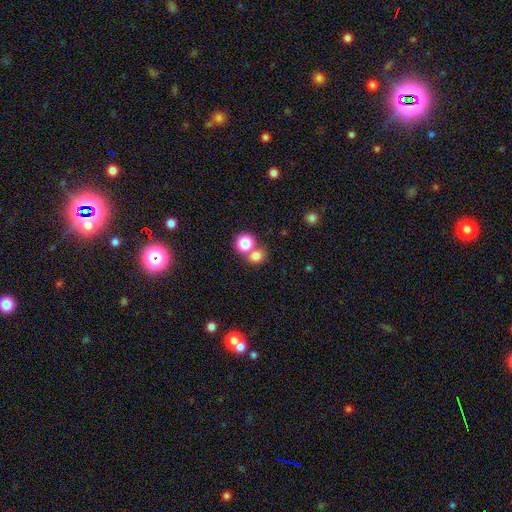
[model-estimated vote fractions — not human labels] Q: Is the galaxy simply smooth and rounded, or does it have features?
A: smooth — 78%.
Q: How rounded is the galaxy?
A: round — 76%.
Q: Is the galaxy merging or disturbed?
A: none — 52%.